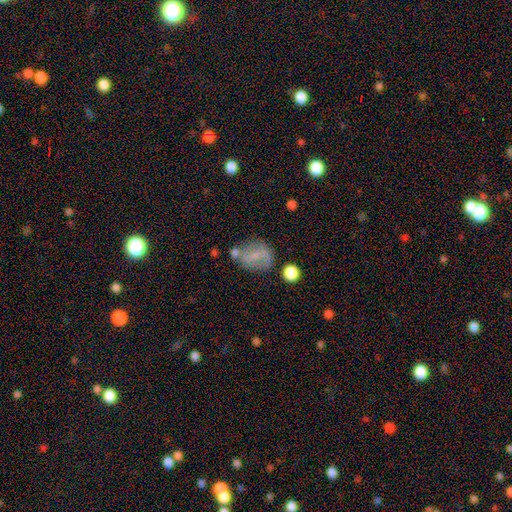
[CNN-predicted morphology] This is possibly a smooth galaxy (48%). Merging: possibly none (56%).